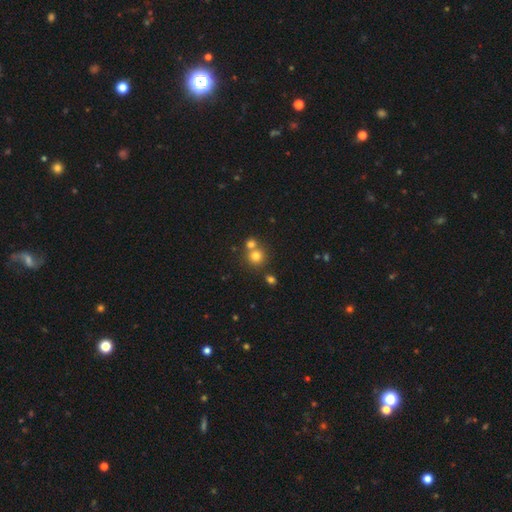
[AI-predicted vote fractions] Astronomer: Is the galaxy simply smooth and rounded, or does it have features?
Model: smooth — 75%.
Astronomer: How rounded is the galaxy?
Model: round — 89%.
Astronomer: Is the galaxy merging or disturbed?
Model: none — 55% (runner-up: merger, 36%).